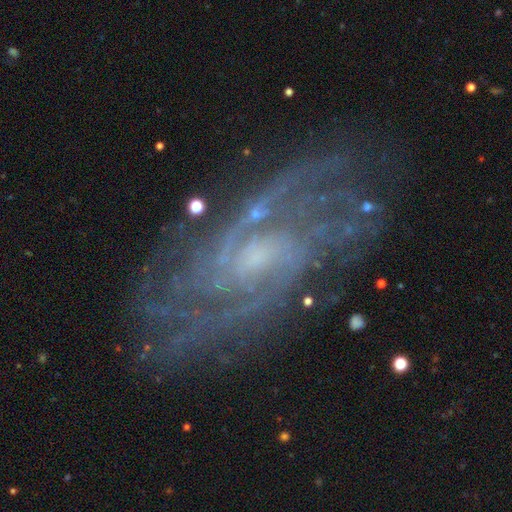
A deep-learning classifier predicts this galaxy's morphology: The model was most divided on "bar": weak: 46%, no: 44%, strong: 10%. Remaining: spiral arms — yes (96%); edge-on disk — no (94%); smooth or featured — featured or disk (86%); merging — none (77%); bulge size — small (60%); spiral winding — tight (52%); spiral arm count — can't tell (36%).